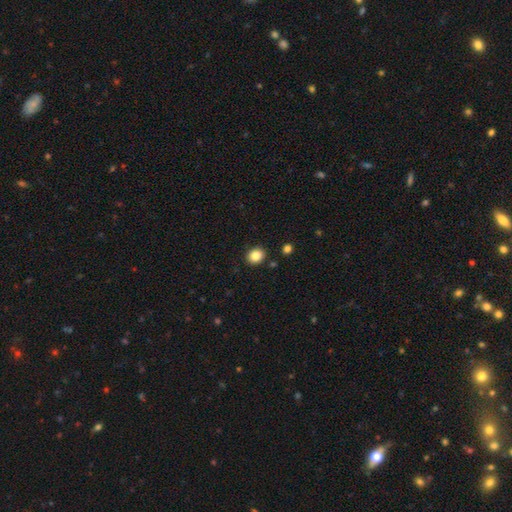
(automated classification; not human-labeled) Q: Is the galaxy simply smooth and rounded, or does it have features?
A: smooth — 85%.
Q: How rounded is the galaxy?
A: round — 62%.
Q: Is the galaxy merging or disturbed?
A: none — 89%.